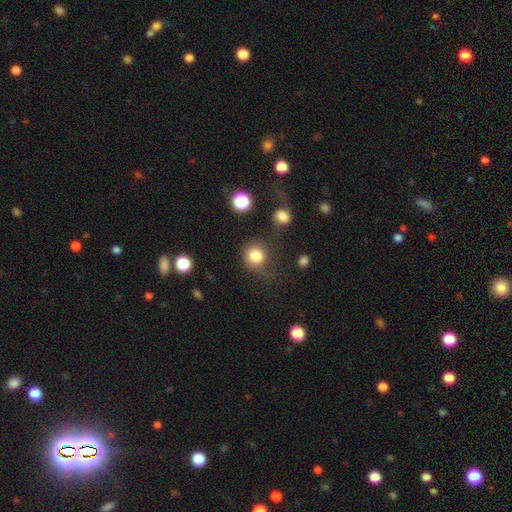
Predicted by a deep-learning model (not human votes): Smooth or featured: smooth — 82% (star or artifact — 11%)
How rounded: round — 88% (in between — 11%)
Merging: none — 63% (minor disturbance — 18%)